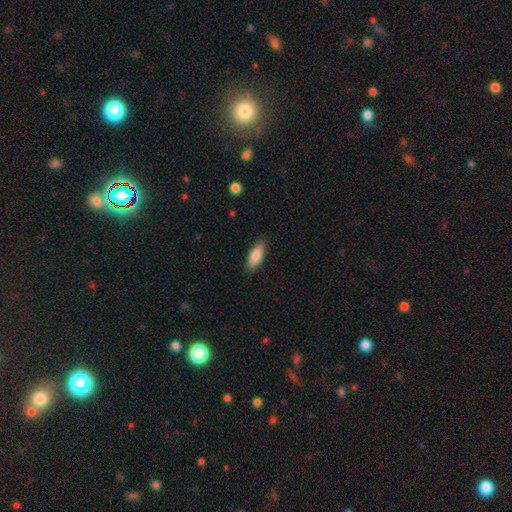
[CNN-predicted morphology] Smooth or featured?
  - smooth: 82% *
  - featured or disk: 11%
  - star or artifact: 6%
How rounded?
  - in between: 69% *
  - cigar-shaped: 29%
  - round: 2%
Merging?
  - none: 84% *
  - minor disturbance: 12%
  - major disturbance: 2%
  - merger: 1%